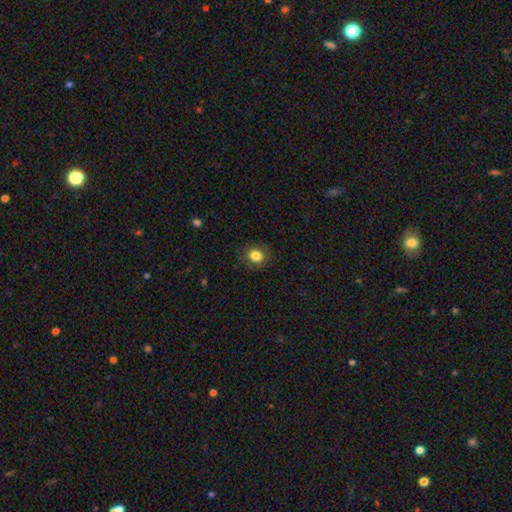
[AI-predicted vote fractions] smooth_or_featured: smooth (p=0.83) [alt: star or artifact p=0.10]
how_rounded: round (p=0.67) [alt: in between p=0.32]
merging: none (p=0.84) [alt: minor disturbance p=0.11]